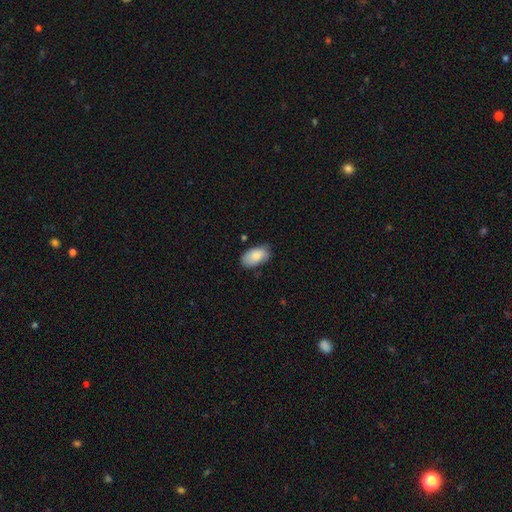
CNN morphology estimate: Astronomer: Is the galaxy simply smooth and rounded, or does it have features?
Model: smooth — 84%.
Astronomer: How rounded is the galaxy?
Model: in between — 95%.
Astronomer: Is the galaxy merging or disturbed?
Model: none — 72%.